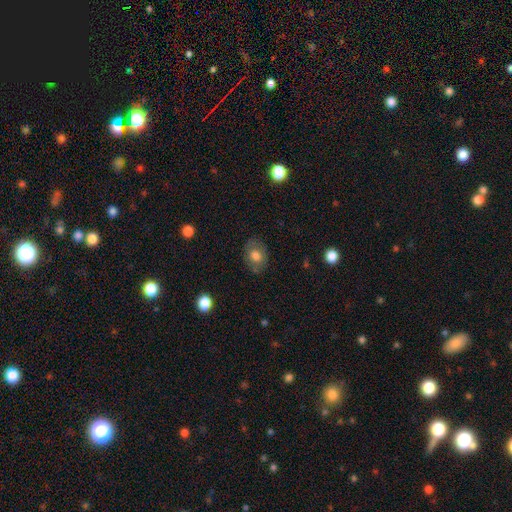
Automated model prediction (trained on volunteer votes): Q: Smooth or featured?
A: smooth (70%); runner-up: featured or disk (21%)
Q: How rounded?
A: in between (60%); runner-up: round (39%)
Q: Merging?
A: none (79%); runner-up: minor disturbance (15%)